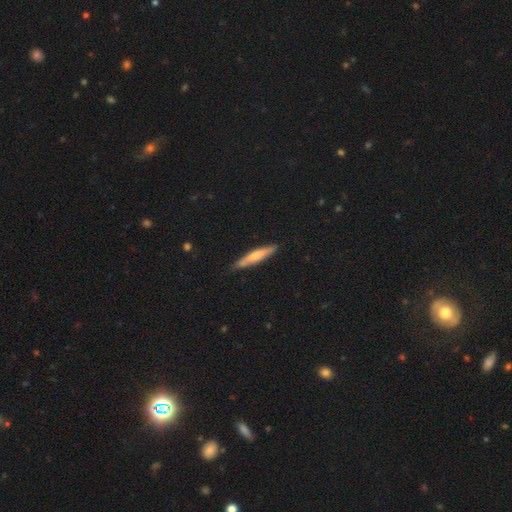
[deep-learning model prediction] smooth-or-featured: smooth: 58% | featured or disk: 36% | star or artifact: 5%
  how-rounded: cigar-shaped: 90% | in between: 9% | round: 1%
  merging: none: 80% | minor disturbance: 16% | major disturbance: 2% | merger: 2%